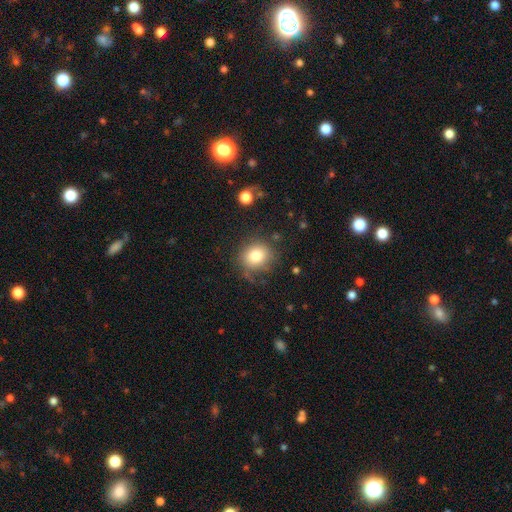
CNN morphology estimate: Smooth or featured: smooth — 79% (star or artifact — 11%)
How rounded: round — 78% (in between — 21%)
Merging: none — 73% (minor disturbance — 17%)